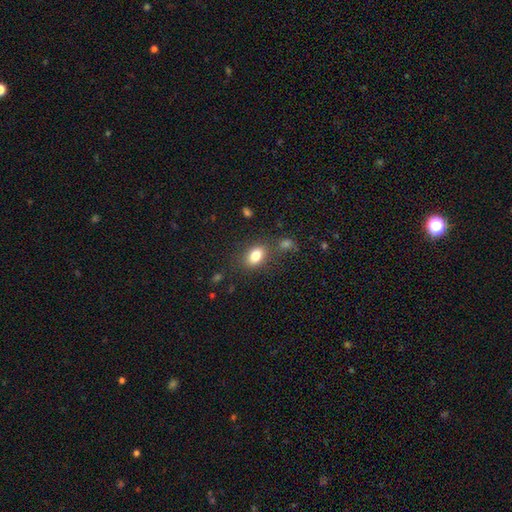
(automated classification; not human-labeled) smooth-or-featured: smooth: 82% | star or artifact: 10% | featured or disk: 8%
  how-rounded: in between: 81% | round: 17% | cigar-shaped: 2%
  merging: none: 76% | minor disturbance: 12% | merger: 7% | major disturbance: 4%